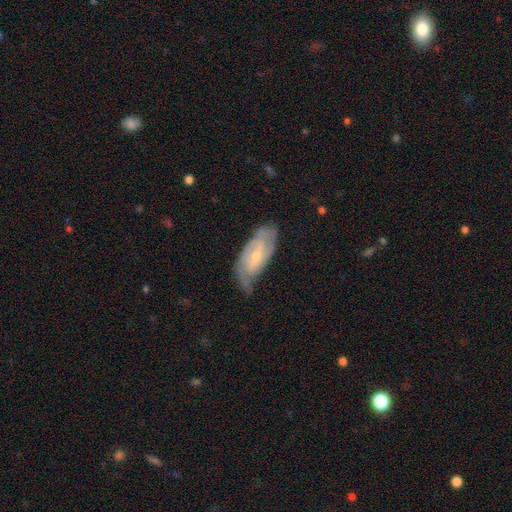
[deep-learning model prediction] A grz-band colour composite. It shows a featured or disk galaxy (78%) with a weak bar (46%), 2 (59%) tight (45%) spiral arms (92%) and a small central bulge (65%). Merging: none (62%).